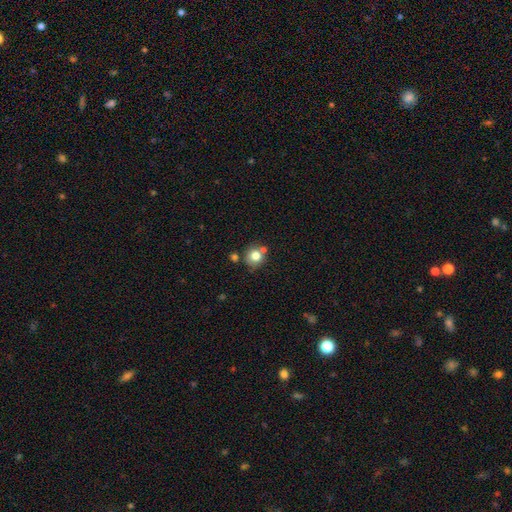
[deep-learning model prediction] Overall: smooth (78%). How rounded: round (82%). Merging: none (64%).